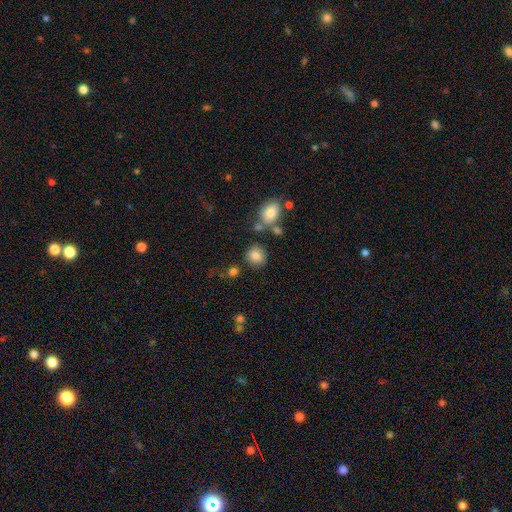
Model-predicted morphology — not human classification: Smooth or featured? smooth (82%)
How rounded? round (81%)
Merging? none (76%)